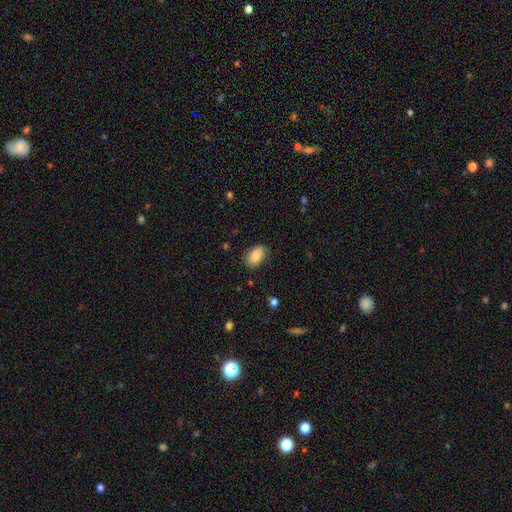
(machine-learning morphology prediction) This appears to be a smooth galaxy with no disk features (84%) that is in between round and cigar-shaped (91%). Merging: none (76%).